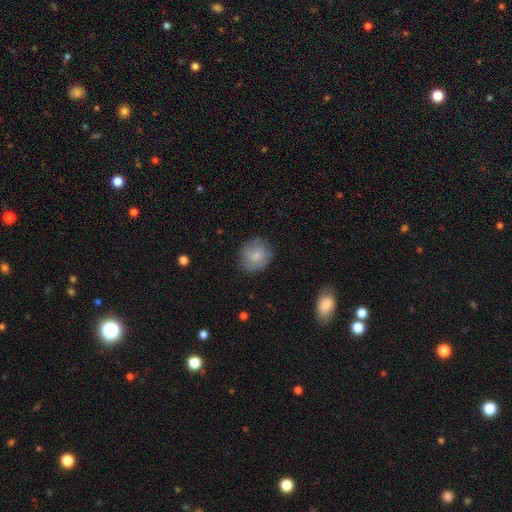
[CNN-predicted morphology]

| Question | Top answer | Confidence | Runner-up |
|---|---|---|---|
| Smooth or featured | smooth | 69% | featured or disk (24%) |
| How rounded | round | 83% | in between (16%) |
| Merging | none | 75% | minor disturbance (19%) |